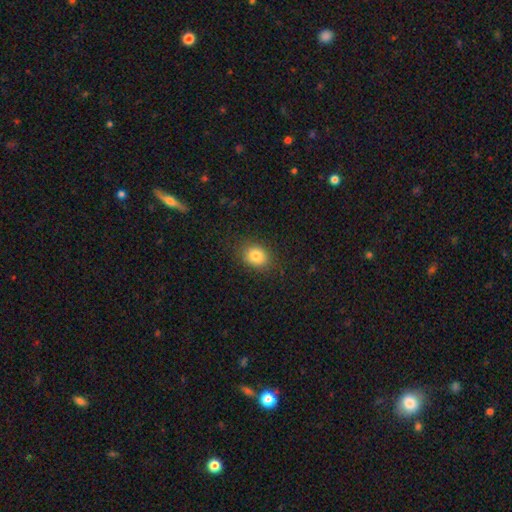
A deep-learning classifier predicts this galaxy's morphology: Smooth or featured?
  - smooth: 80% *
  - star or artifact: 11%
  - featured or disk: 9%
How rounded?
  - round: 56% *
  - in between: 43%
  - cigar-shaped: 1%
Merging?
  - none: 84% *
  - minor disturbance: 11%
  - major disturbance: 4%
  - merger: 1%